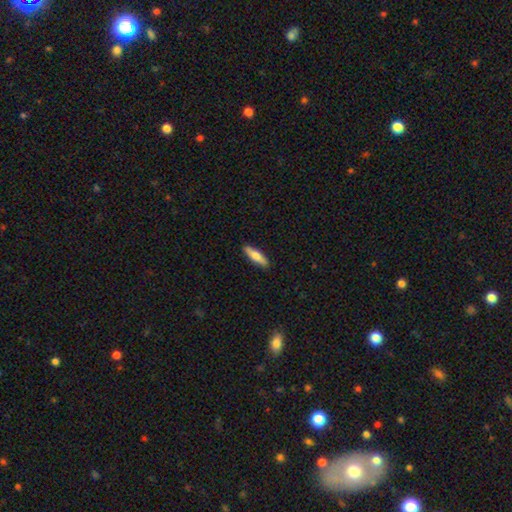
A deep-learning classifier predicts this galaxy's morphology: Q: Smooth or featured?
A: smooth (68%); runner-up: featured or disk (26%)
Q: How rounded?
A: cigar-shaped (66%); runner-up: in between (32%)
Q: Merging?
A: none (90%); runner-up: minor disturbance (7%)